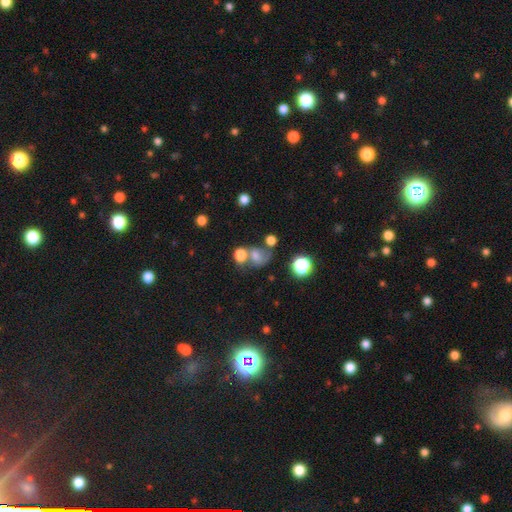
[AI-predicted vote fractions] Smooth or featured? Predicted: smooth (p=0.63). How rounded? Predicted: round (p=0.54). Merging? Predicted: merger (p=0.43).